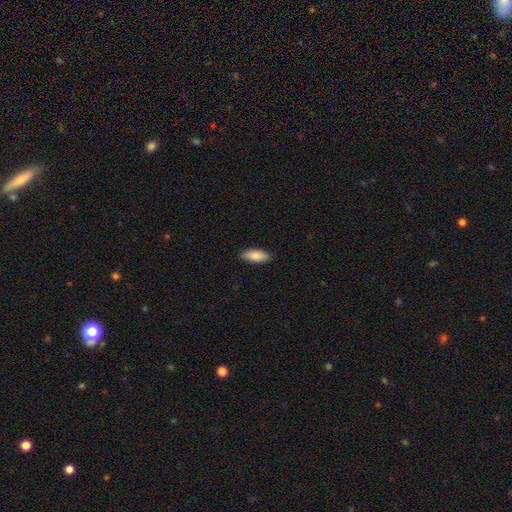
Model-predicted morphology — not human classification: This appears to be a smooth galaxy with no disk features (86%) that is in between round and cigar-shaped (84%). Merging: none (88%).